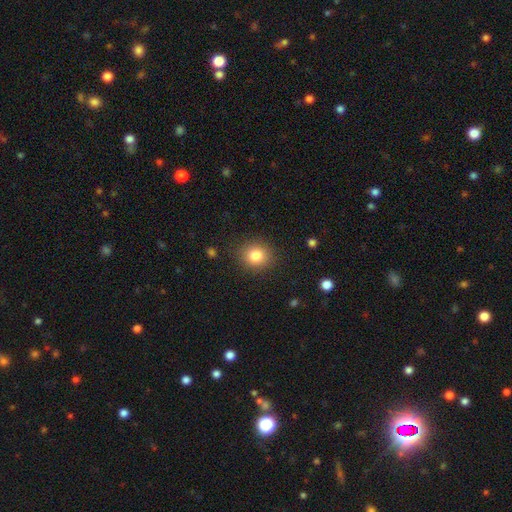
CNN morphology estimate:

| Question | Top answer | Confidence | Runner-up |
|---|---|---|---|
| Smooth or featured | smooth | 82% | star or artifact (11%) |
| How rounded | round | 83% | in between (16%) |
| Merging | none | 88% | minor disturbance (8%) |